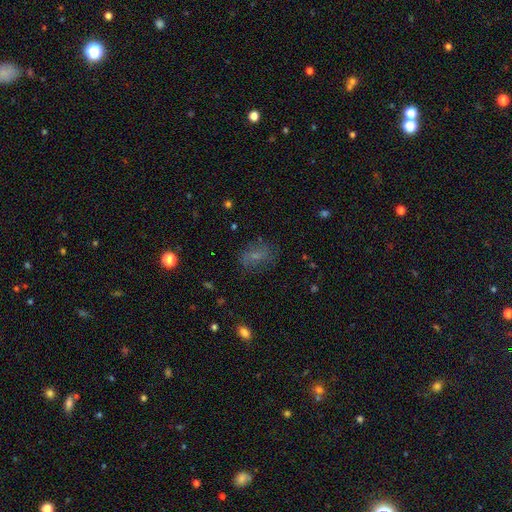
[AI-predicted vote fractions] Smooth or featured? Predicted: smooth (p=0.58). How rounded? Predicted: in between (p=0.79). Merging? Predicted: none (p=0.67).